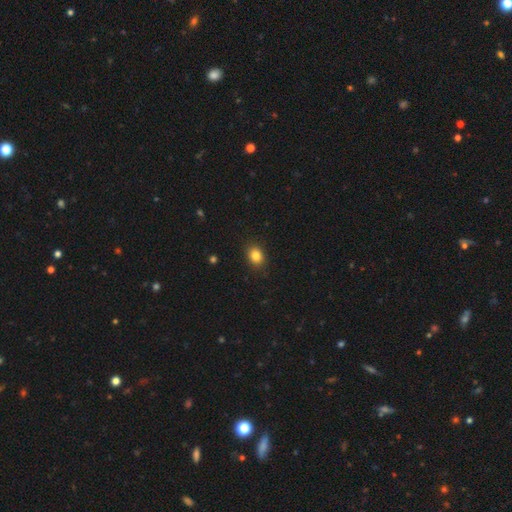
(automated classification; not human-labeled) Smooth or featured? Predicted: smooth (p=0.84). How rounded? Predicted: in between (p=0.51). Merging? Predicted: none (p=0.89).